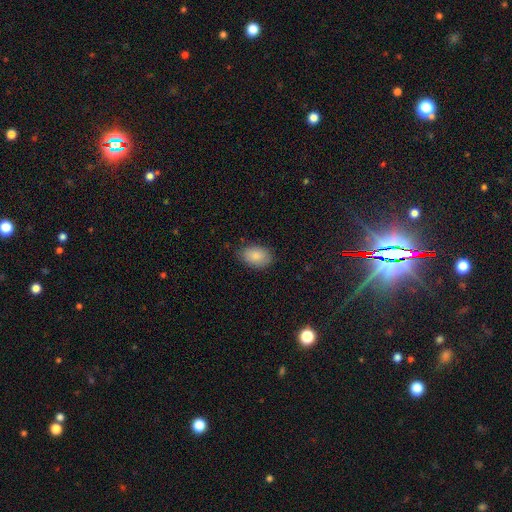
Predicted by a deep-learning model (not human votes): Overall: smooth (85%). How rounded: in between (88%). Merging: none (80%).